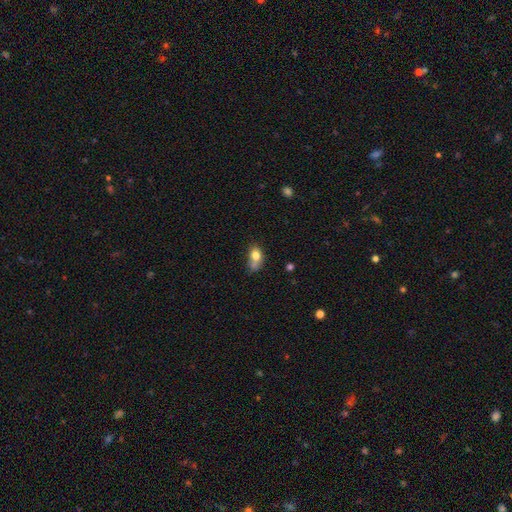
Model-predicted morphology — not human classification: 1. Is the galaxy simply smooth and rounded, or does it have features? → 74% smooth, 15% featured or disk, 10% star or artifact.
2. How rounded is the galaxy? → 71% in between, 27% round, 2% cigar-shaped.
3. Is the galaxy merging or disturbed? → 33% none, 27% minor disturbance, 26% merger, 14% major disturbance.